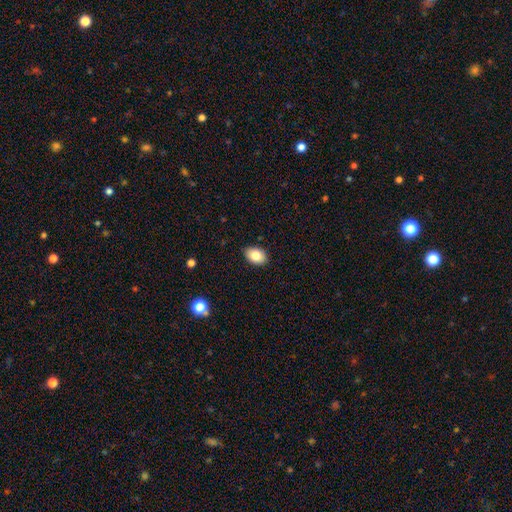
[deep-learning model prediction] This appears to be a smooth galaxy with no disk features (84%) that is in between round and cigar-shaped (83%). Merging: none (88%).